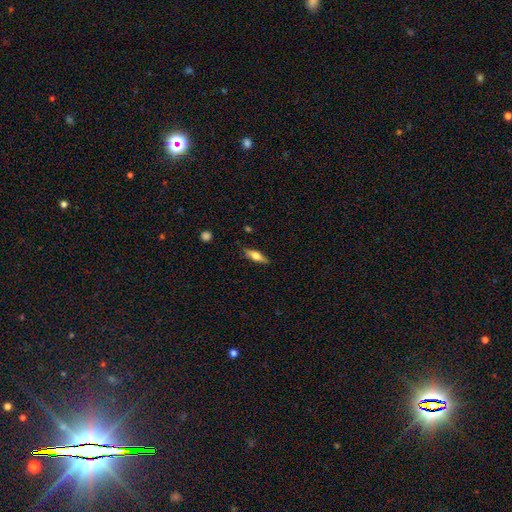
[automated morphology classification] Smooth or featured?
  - smooth: 49% *
  - featured or disk: 45%
  - star or artifact: 7%
Merging?
  - none: 85% *
  - minor disturbance: 11%
  - major disturbance: 2%
  - merger: 1%